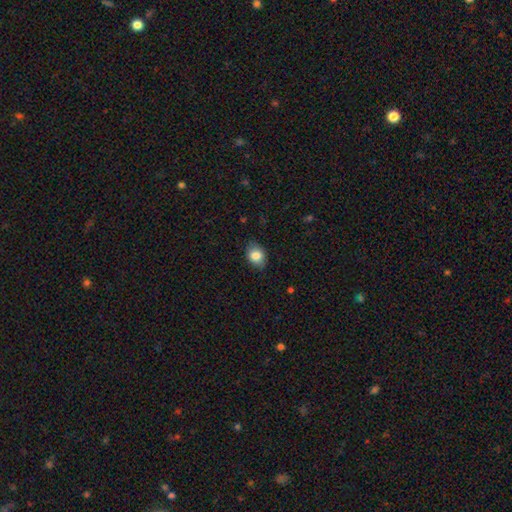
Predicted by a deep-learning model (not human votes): Smooth or featured? Predicted: smooth (p=0.84). How rounded? Predicted: in between (p=0.65). Merging? Predicted: none (p=0.81).